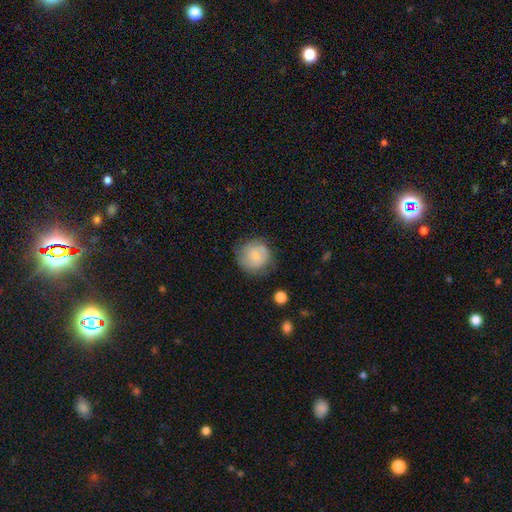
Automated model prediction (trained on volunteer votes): smooth_or_featured: smooth (p=0.64) [alt: featured or disk p=0.28]
how_rounded: round (p=0.90) [alt: in between p=0.09]
merging: none (p=0.72) [alt: minor disturbance p=0.20]